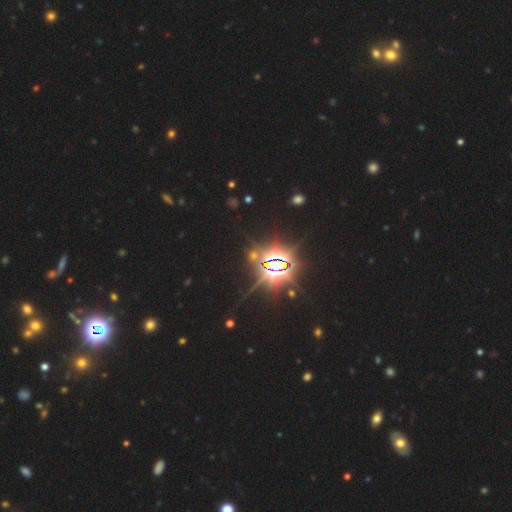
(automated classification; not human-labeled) Q: Smooth or featured?
A: star or artifact (84%); runner-up: featured or disk (9%)